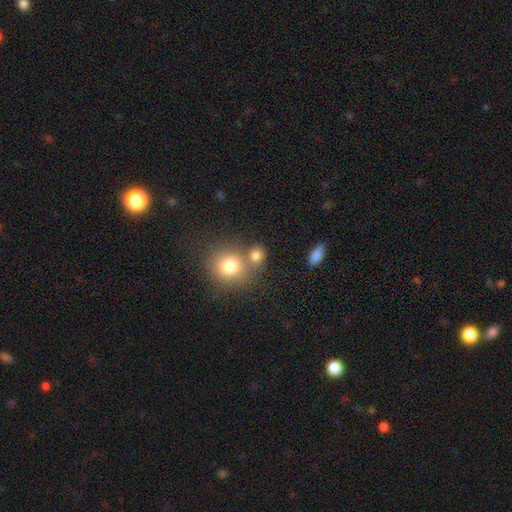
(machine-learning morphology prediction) The model was most divided on "merging": none: 53%, merger: 33%, minor disturbance: 9%, major disturbance: 4%. More confident: smooth or featured — smooth (80%); how rounded — round (75%).